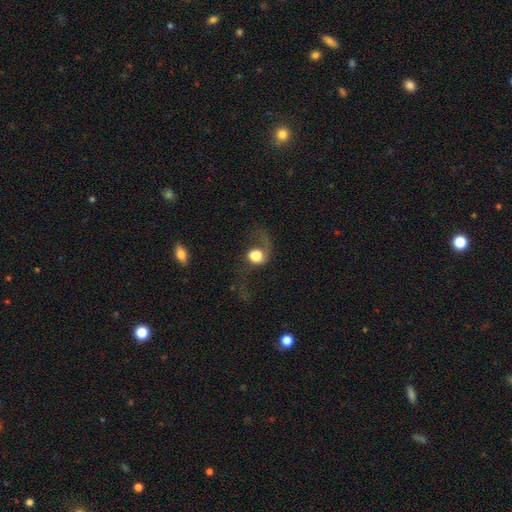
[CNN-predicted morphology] Smooth or featured? Predicted: smooth (p=0.53). How rounded? Predicted: round (p=0.69). Merging? Predicted: major disturbance (p=0.49).